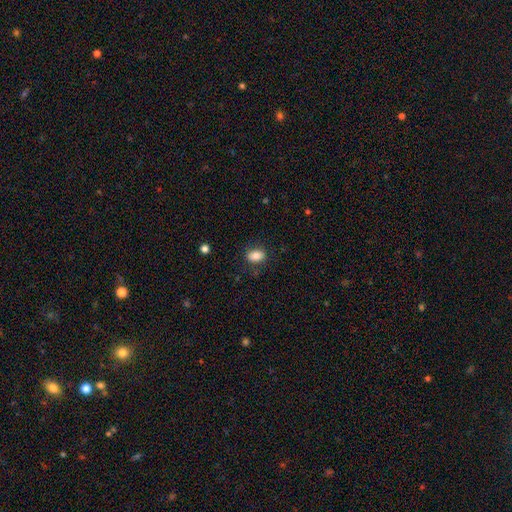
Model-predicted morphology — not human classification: A smooth galaxy with no disk features (84%) that is in between round and cigar-shaped (81%).

Vote fractions:
- Smooth or featured? smooth: 84% / star or artifact: 9% / featured or disk: 7%
- How rounded? in between: 81% / round: 17% / cigar-shaped: 2%
- Merging? none: 82% / minor disturbance: 12% / major disturbance: 4% / merger: 2%